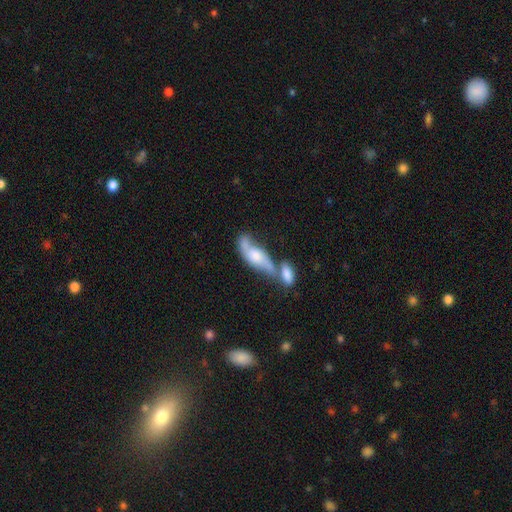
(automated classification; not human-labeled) Smooth or featured? Predicted: featured or disk (p=0.52). Edge-on disk? Predicted: no (p=0.74). Merging? Predicted: merger (p=0.55).